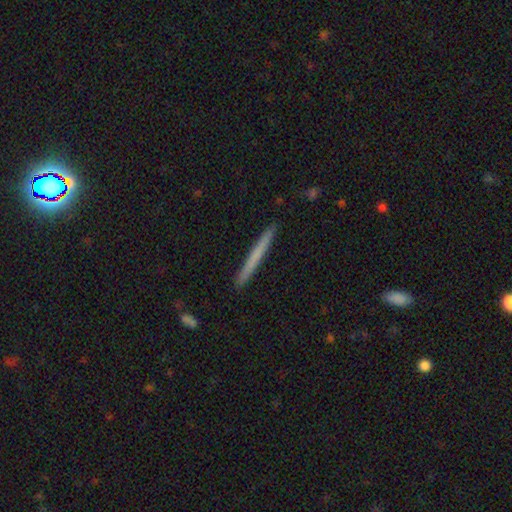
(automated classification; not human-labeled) Smooth or featured? smooth (59%)
How rounded? cigar-shaped (97%)
Merging? none (93%)